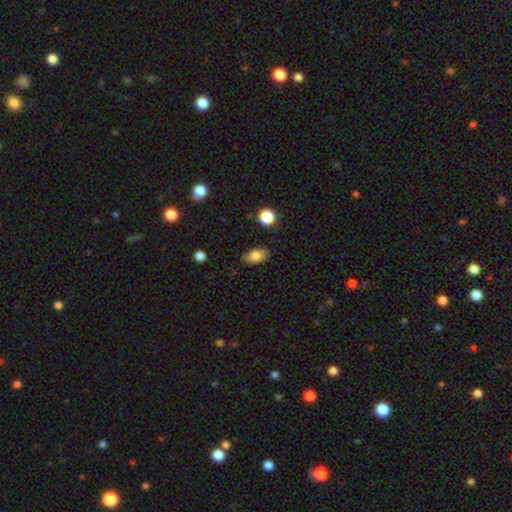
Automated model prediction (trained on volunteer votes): A smooth galaxy with no disk features (81%) that is in between round and cigar-shaped (88%).

Vote fractions:
- Smooth or featured? smooth: 81% / featured or disk: 11% / star or artifact: 9%
- How rounded? in between: 88% / round: 7% / cigar-shaped: 5%
- Merging? none: 83% / minor disturbance: 13% / major disturbance: 3% / merger: 2%